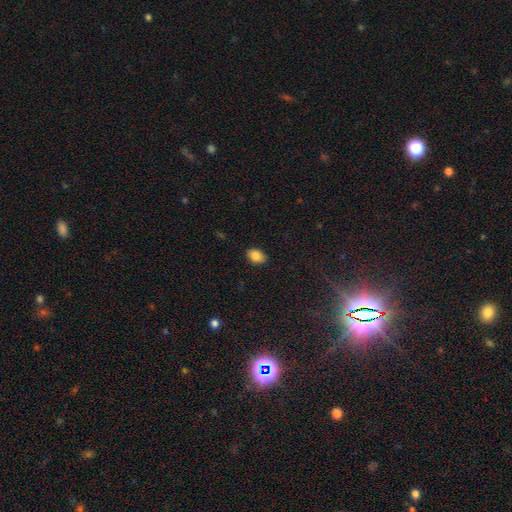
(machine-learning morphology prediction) type=smooth (85%); roundness=in between (76%); merging=none (88%).